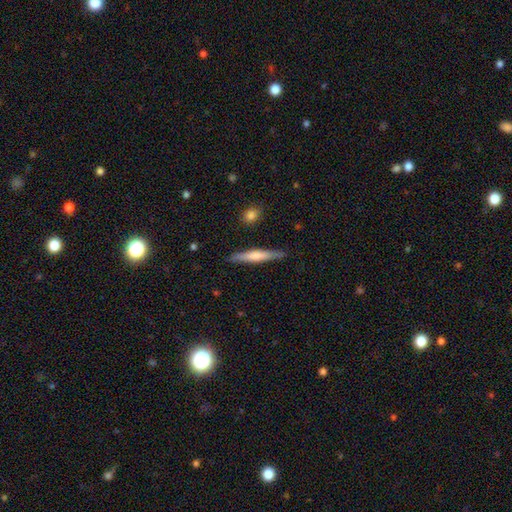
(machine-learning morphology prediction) A featured or disk galaxy (49%). Merging: none (89%).